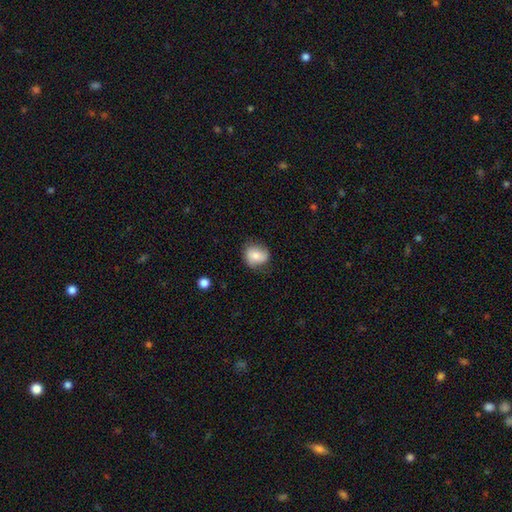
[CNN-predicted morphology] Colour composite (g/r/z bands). It shows a smooth galaxy with no disk features (74%) that is round (55%). Merging: none (67%).